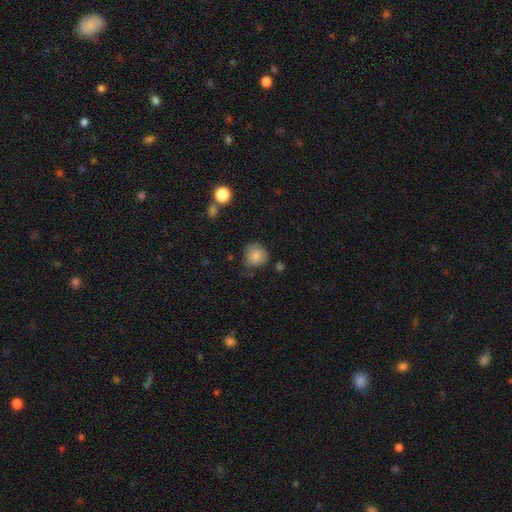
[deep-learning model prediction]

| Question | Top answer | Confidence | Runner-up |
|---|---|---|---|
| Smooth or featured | smooth | 84% | star or artifact (9%) |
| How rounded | round | 86% | in between (13%) |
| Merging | none | 71% | minor disturbance (21%) |